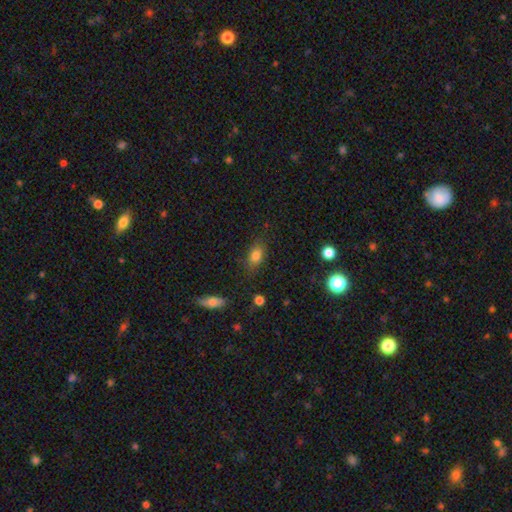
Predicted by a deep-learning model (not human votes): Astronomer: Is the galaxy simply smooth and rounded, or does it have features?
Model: smooth — 80%.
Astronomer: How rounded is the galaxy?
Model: in between — 80%.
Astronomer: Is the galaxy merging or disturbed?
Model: none — 77%.